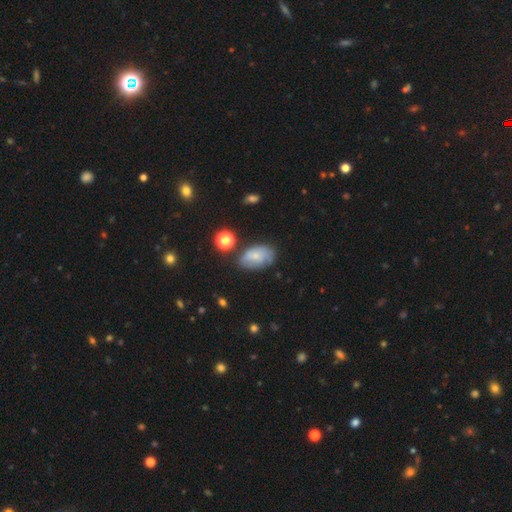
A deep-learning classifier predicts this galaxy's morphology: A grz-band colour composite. It shows a smooth galaxy with no disk features (57%) that is in between round and cigar-shaped (88%). Merging: none (54%).